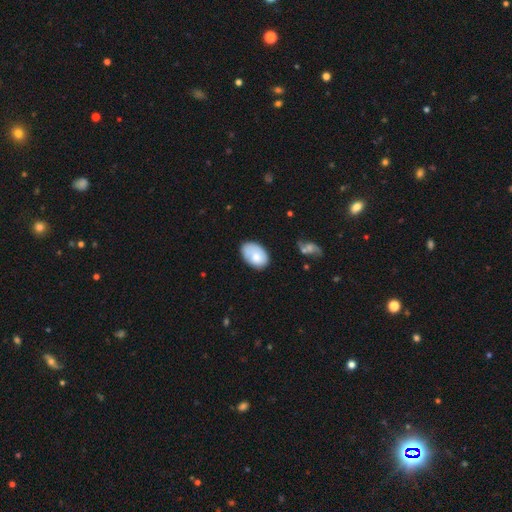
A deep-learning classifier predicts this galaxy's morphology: Smooth or featured?
  - smooth: 75% *
  - featured or disk: 18%
  - star or artifact: 6%
How rounded?
  - in between: 89% *
  - round: 10%
  - cigar-shaped: 1%
Merging?
  - none: 63% *
  - minor disturbance: 27%
  - major disturbance: 6%
  - merger: 3%